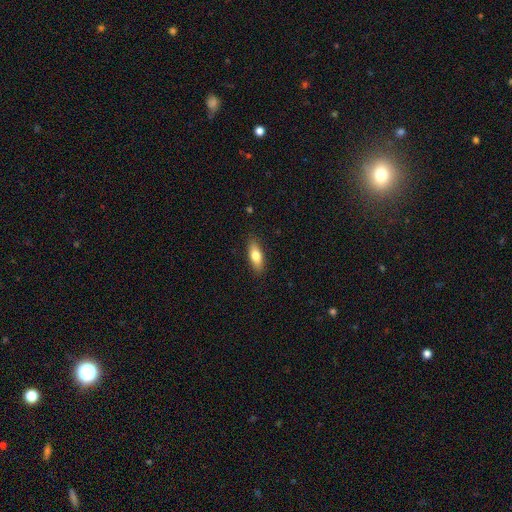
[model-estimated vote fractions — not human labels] smooth_or_featured: smooth (p=0.73) [alt: featured or disk p=0.20]
how_rounded: in between (p=0.66) [alt: cigar-shaped p=0.31]
merging: none (p=0.87) [alt: minor disturbance p=0.10]